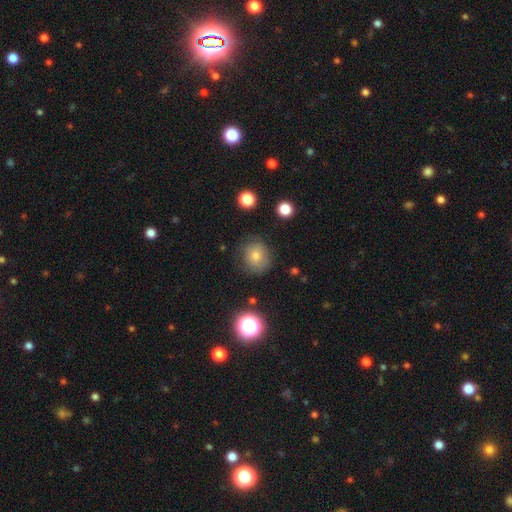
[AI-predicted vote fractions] A smooth galaxy with no disk features (73%) that is round (81%). Merging: none (75%).